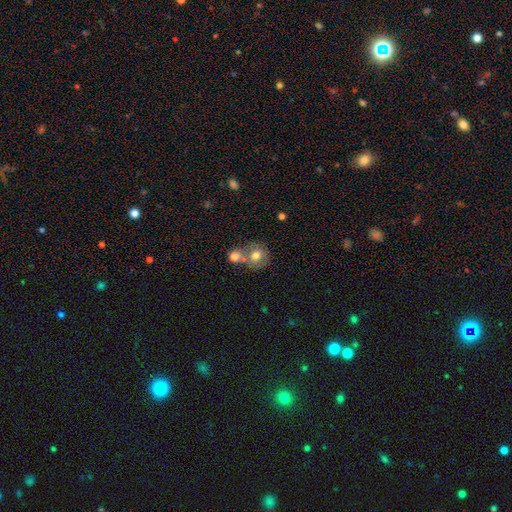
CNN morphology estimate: Overall: smooth (71%). How rounded: round (82%). Merging: merger (48%; none 38%).